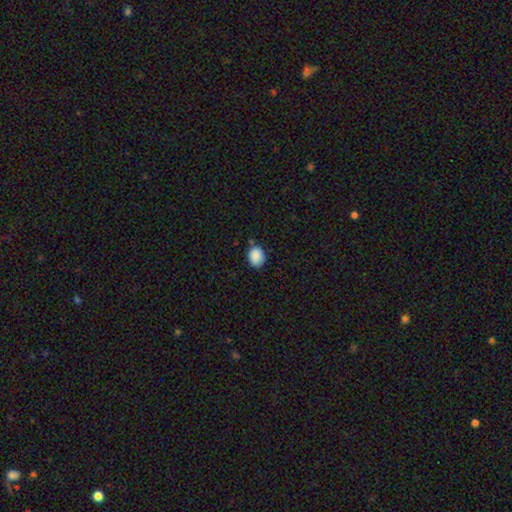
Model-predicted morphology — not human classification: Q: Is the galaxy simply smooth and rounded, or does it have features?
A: smooth — 87%.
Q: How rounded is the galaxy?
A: round — 57%.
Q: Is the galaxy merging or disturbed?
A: none — 74%.